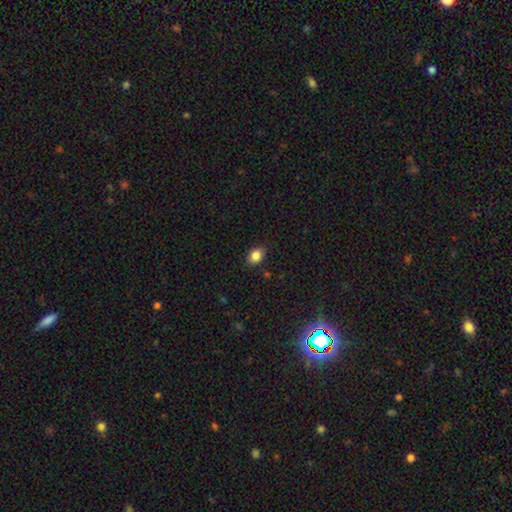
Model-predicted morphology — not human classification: This appears to be a smooth galaxy with no disk features (85%) that is in between round and cigar-shaped (66%). Merging: none (85%).